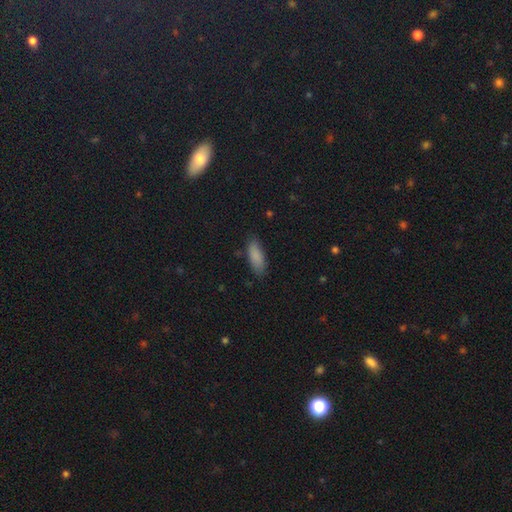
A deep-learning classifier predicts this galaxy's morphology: smooth_or_featured: smooth (p=0.88) [alt: star or artifact p=0.07]
how_rounded: in between (p=0.70) [alt: cigar-shaped p=0.28]
merging: none (p=0.82) [alt: minor disturbance p=0.14]